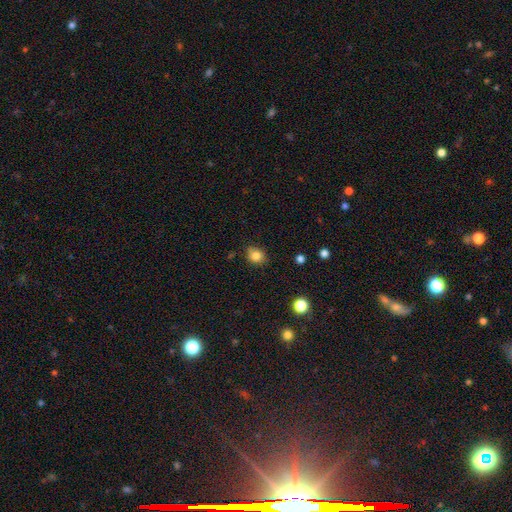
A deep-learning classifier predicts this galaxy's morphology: Smooth or featured? smooth (83%)
How rounded? round (69%)
Merging? none (75%)